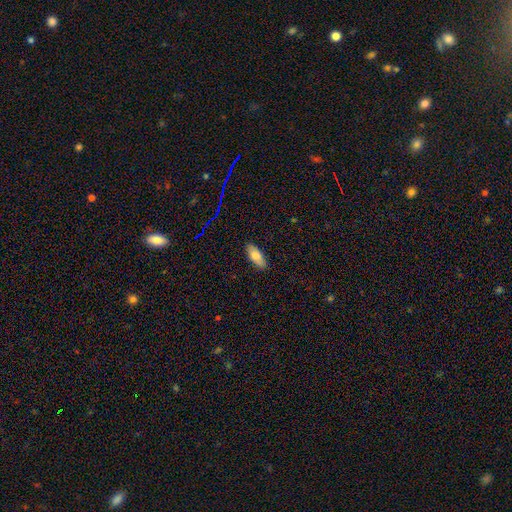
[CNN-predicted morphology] Smooth or featured? Predicted: smooth (p=0.79). How rounded? Predicted: in between (p=0.77). Merging? Predicted: none (p=0.87).